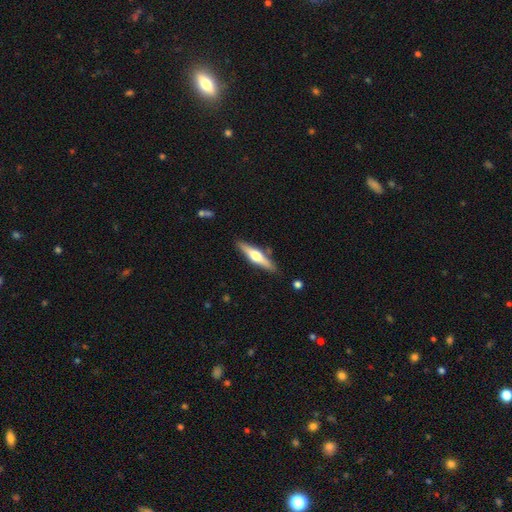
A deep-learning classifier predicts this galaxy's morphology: smooth_or_featured: featured or disk (p=0.61) [alt: smooth p=0.34]
disk_edge_on: yes (p=0.96) [alt: no p=0.04]
edge_on_bulge: rounded (p=0.93) [alt: boxy p=0.04]
merging: none (p=0.87) [alt: minor disturbance p=0.09]